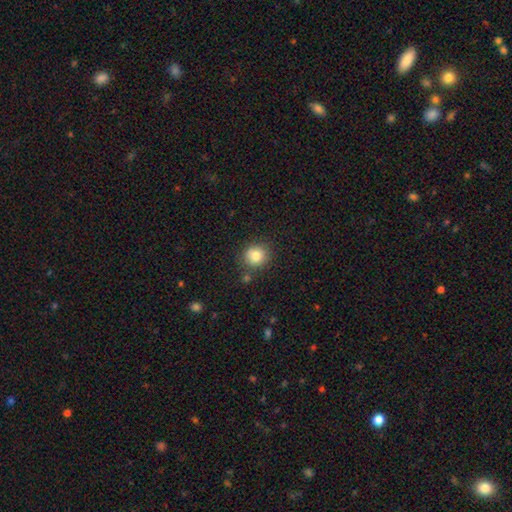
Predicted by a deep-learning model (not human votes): A smooth galaxy with no disk features (83%) that is round (89%). Merging: none (82%).